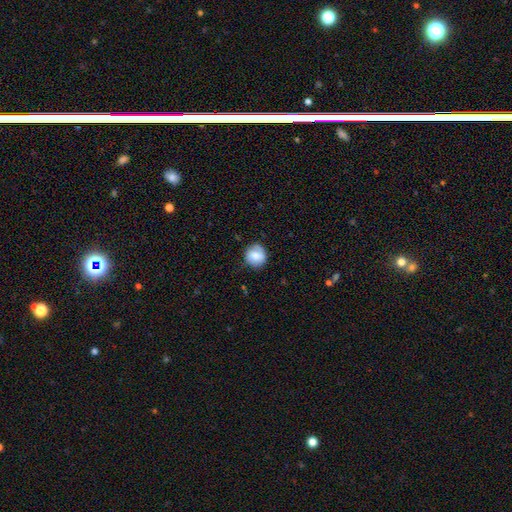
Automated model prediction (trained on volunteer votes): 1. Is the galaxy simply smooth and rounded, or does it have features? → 64% smooth, 28% featured or disk, 8% star or artifact.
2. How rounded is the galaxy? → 89% round, 10% in between, 1% cigar-shaped.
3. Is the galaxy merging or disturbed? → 78% none, 16% minor disturbance, 5% major disturbance, 1% merger.